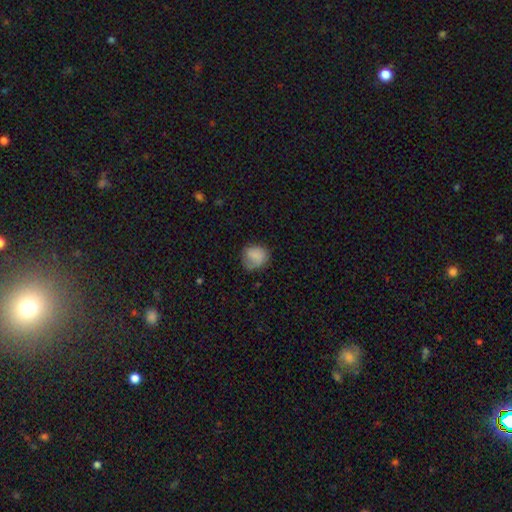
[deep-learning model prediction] This appears to be a smooth galaxy with no disk features (79%) that is round (72%). Merging: none (59%).